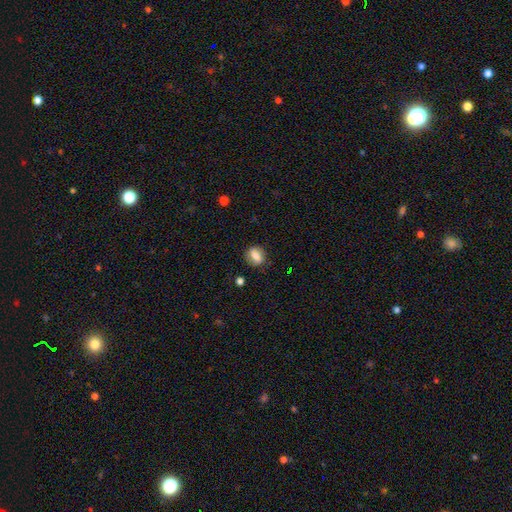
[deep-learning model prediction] Smooth or featured: smooth — 73% (featured or disk — 19%)
How rounded: in between — 54% (round — 42%)
Merging: none — 83% (minor disturbance — 12%)